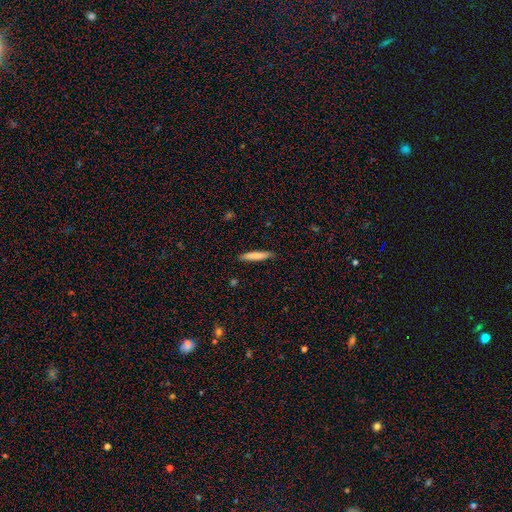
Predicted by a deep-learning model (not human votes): A smooth galaxy with no disk features (80%) that is cigar-shaped (91%). Merging: none (89%).